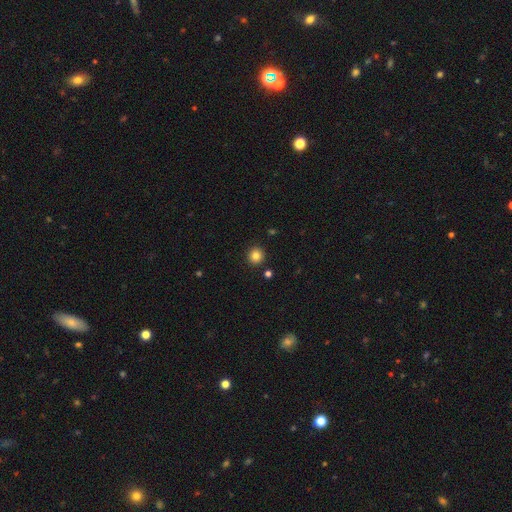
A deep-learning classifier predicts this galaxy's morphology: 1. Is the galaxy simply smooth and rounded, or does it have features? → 83% smooth, 12% star or artifact, 5% featured or disk.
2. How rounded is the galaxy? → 92% round, 7% in between, 1% cigar-shaped.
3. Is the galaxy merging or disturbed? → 90% none, 5% minor disturbance, 3% merger, 2% major disturbance.